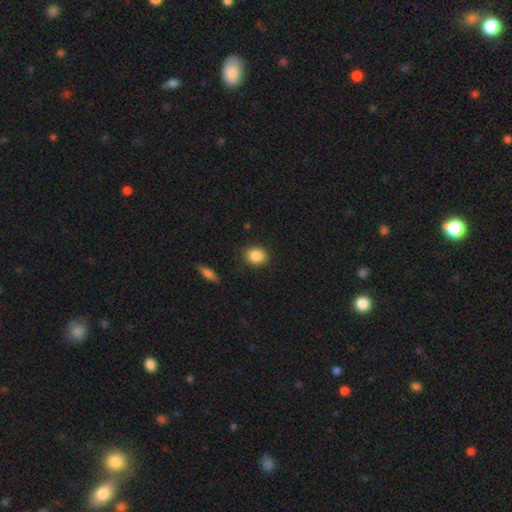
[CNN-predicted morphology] The model was most divided on "how rounded": round: 60%, in between: 38%, cigar-shaped: 1%. More confident: smooth or featured — smooth (87%); merging — none (86%).